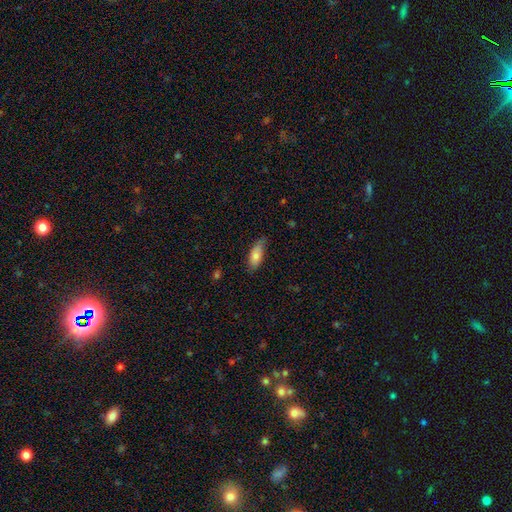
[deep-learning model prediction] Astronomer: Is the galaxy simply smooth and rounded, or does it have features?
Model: smooth — 78%.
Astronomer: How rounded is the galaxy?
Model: in between — 79%.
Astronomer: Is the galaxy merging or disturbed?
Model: none — 67%.